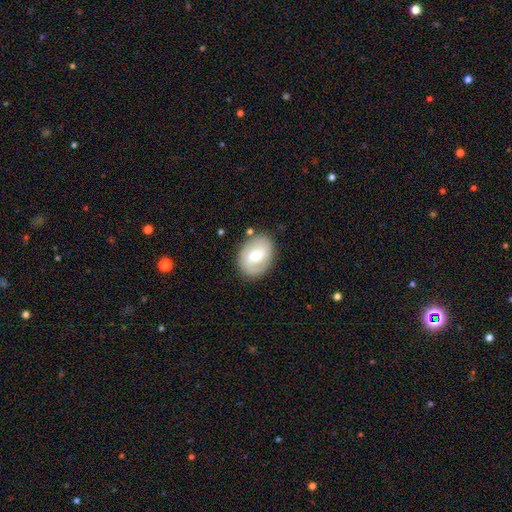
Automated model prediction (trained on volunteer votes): smooth_or_featured: featured or disk (p=0.56) [alt: smooth p=0.37]
disk_edge_on: no (p=0.96) [alt: yes p=0.04]
bar: weak (p=0.48) [alt: no p=0.35]
has_spiral_arms: yes (p=0.75) [alt: no p=0.25]
bulge_size: moderate (p=0.61) [alt: small p=0.33]
merging: none (p=0.82) [alt: minor disturbance p=0.12]